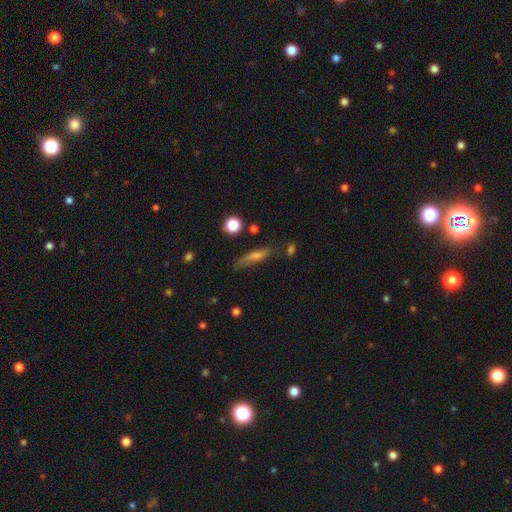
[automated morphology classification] A smooth galaxy with no disk features (55%) that is cigar-shaped (78%).

Vote fractions:
- Smooth or featured? smooth: 55% / featured or disk: 33% / star or artifact: 12%
- How rounded? cigar-shaped: 78% / in between: 18% / round: 4%
- Merging? none: 71% / minor disturbance: 19% / major disturbance: 6% / merger: 4%